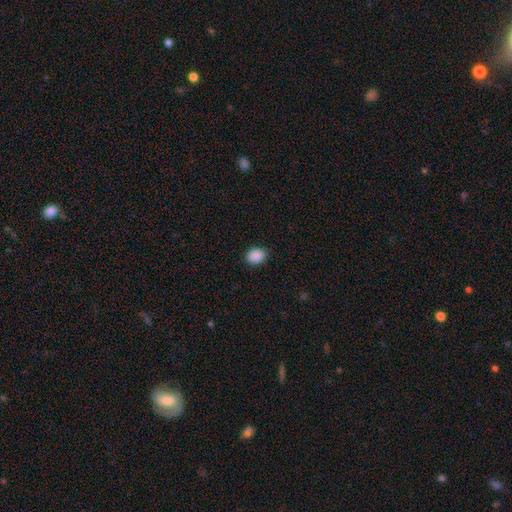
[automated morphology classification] Smooth or featured?
  - smooth: 90% *
  - star or artifact: 8%
  - featured or disk: 2%
How rounded?
  - round: 50% *
  - in between: 49%
  - cigar-shaped: 1%
Merging?
  - none: 89% *
  - minor disturbance: 8%
  - major disturbance: 2%
  - merger: 1%